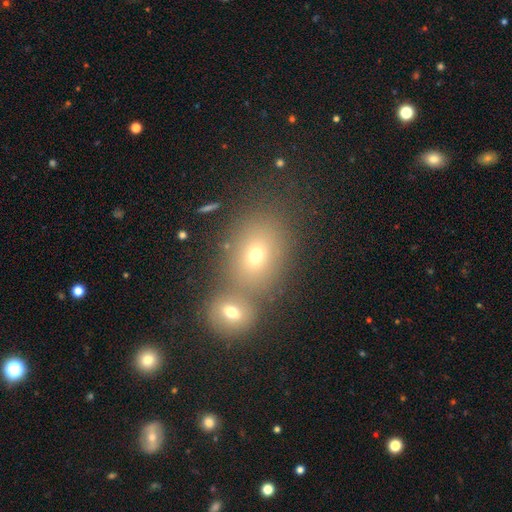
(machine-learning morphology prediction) Smooth or featured? smooth (68%)
How rounded? in between (54%)
Merging? none (50%)